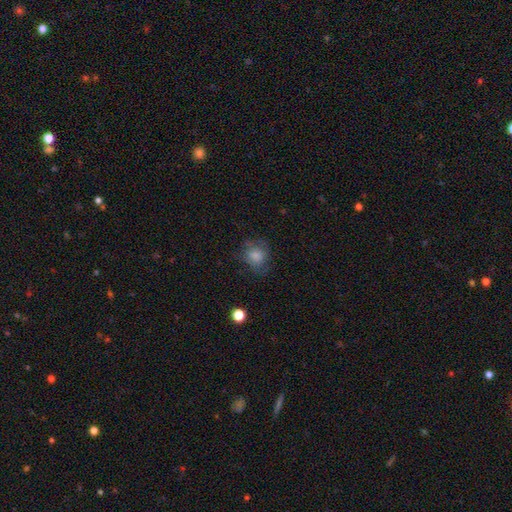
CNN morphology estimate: This is likely a smooth galaxy (75%). How rounded: likely round (72%). Merging: likely none (65%).